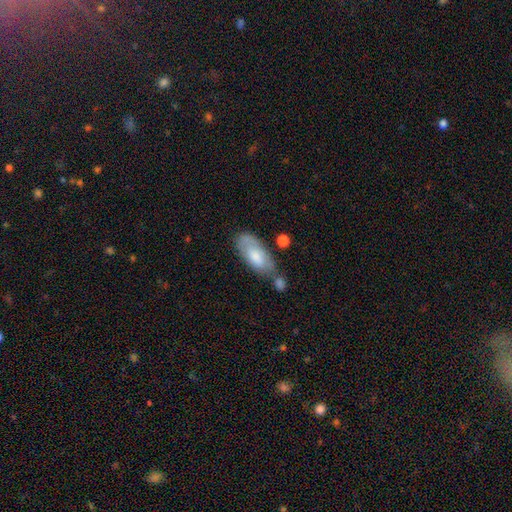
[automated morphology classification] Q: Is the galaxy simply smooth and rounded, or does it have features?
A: smooth — 71%.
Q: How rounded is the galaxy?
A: in between — 86%.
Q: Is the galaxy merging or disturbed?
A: none — 47%.